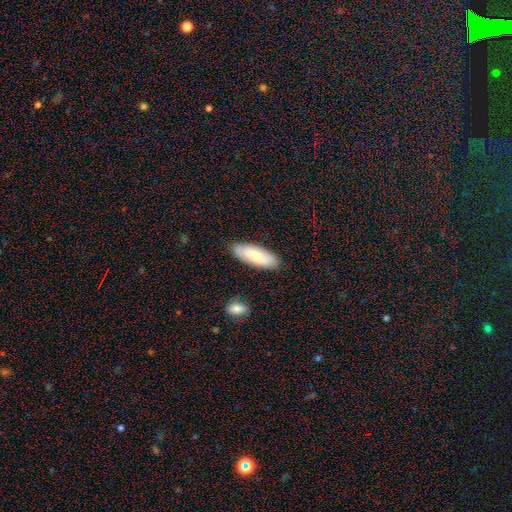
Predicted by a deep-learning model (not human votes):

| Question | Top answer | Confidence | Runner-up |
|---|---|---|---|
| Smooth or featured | smooth | 74% | featured or disk (21%) |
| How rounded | in between | 66% | cigar-shaped (32%) |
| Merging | none | 85% | minor disturbance (11%) |